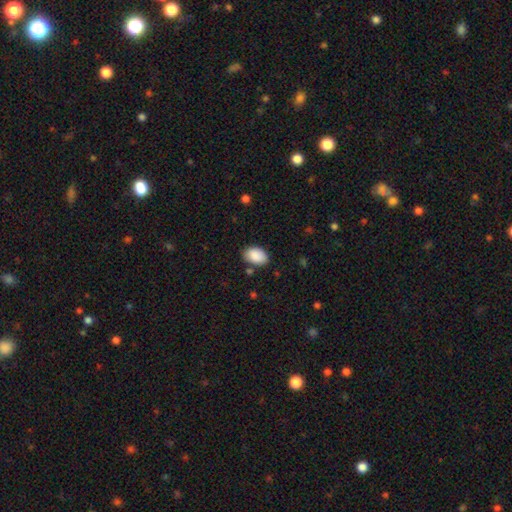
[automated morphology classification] Smooth or featured? Predicted: smooth (p=0.89). How rounded? Predicted: in between (p=0.88). Merging? Predicted: none (p=0.80).